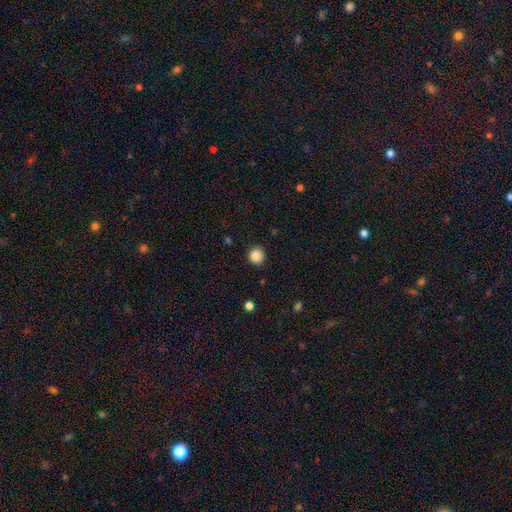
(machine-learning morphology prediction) Smooth or featured?
  - smooth: 86% *
  - star or artifact: 10%
  - featured or disk: 4%
How rounded?
  - round: 85% *
  - in between: 14%
  - cigar-shaped: 1%
Merging?
  - none: 85% *
  - minor disturbance: 11%
  - major disturbance: 3%
  - merger: 1%